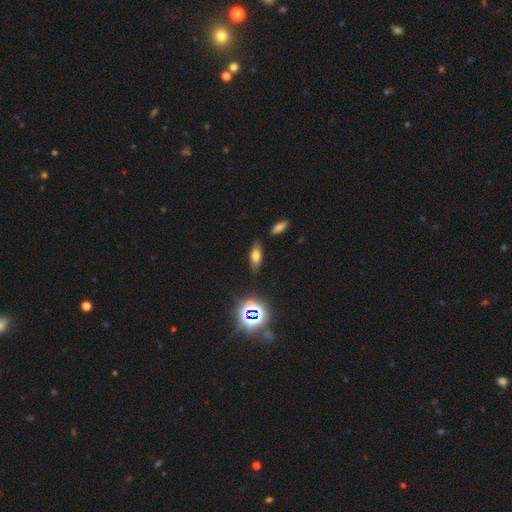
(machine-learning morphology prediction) smooth_or_featured: smooth (p=0.62) [alt: star or artifact p=0.20]
how_rounded: in between (p=0.72) [alt: cigar-shaped p=0.21]
merging: none (p=0.83) [alt: minor disturbance p=0.11]